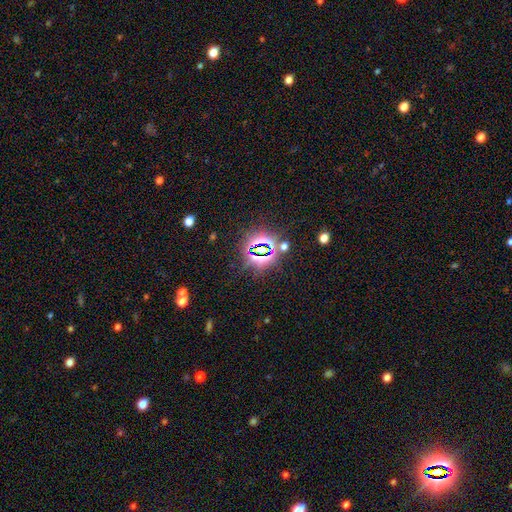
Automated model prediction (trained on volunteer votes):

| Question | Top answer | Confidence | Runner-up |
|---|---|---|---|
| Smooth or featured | star or artifact | 78% | smooth (14%) |